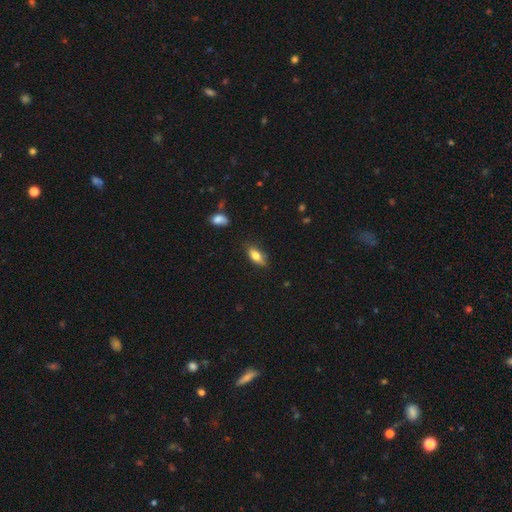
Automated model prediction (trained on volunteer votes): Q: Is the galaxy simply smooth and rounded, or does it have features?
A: smooth — 75%.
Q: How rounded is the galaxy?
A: in between — 80%.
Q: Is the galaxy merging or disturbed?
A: none — 80%.